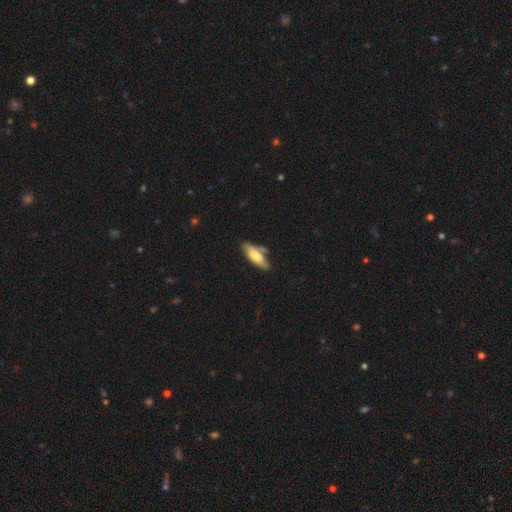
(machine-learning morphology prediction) Q: Smooth or featured?
A: smooth (69%); runner-up: featured or disk (25%)
Q: How rounded?
A: in between (61%); runner-up: cigar-shaped (37%)
Q: Merging?
A: none (64%); runner-up: minor disturbance (21%)